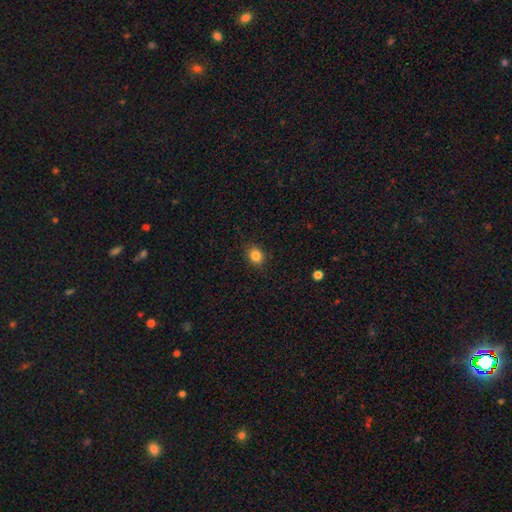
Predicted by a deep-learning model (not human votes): smooth-or-featured: smooth: 84% | star or artifact: 11% | featured or disk: 5%
  how-rounded: round: 61% | in between: 38% | cigar-shaped: 1%
  merging: none: 87% | minor disturbance: 10% | major disturbance: 2% | merger: 1%